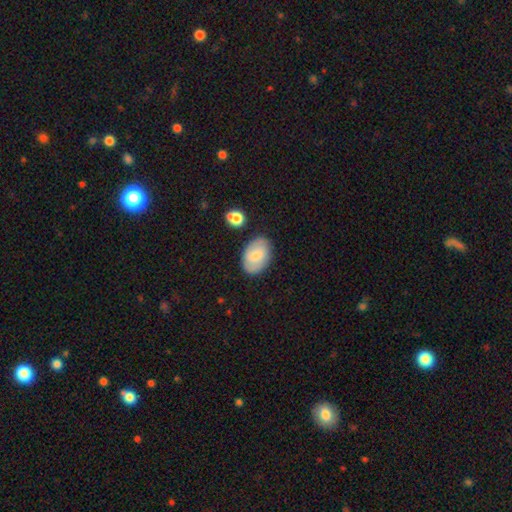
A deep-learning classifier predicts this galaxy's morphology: This appears to be a smooth galaxy with no disk features (66%) that is in between round and cigar-shaped (87%). Merging: none (79%).